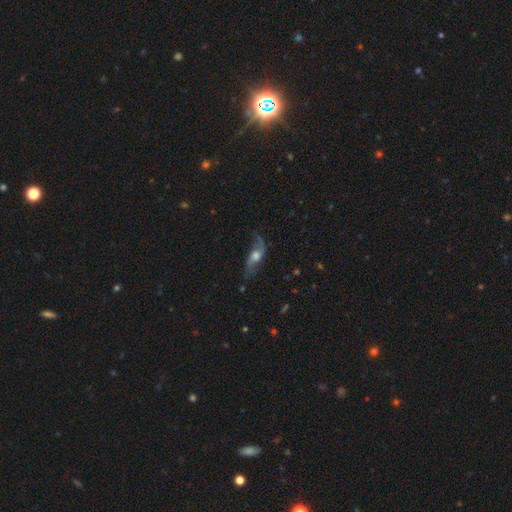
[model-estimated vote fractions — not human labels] This is likely a featured or disk galaxy (70%). It is likely not viewed edge-on (80%). Bar: likely no (60%). Spiral arm pattern: clearly yes (89%). Spiral arm count: clearly 2 (87%). Spiral winding: clearly loose (81%). Central bulge: possibly moderate (52%). Merging: likely none (61%).